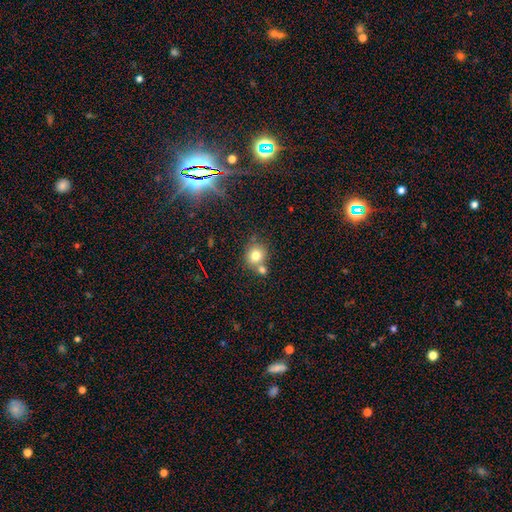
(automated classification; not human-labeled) Smooth or featured? Predicted: smooth (p=0.77). How rounded? Predicted: round (p=0.83). Merging? Predicted: none (p=0.56).